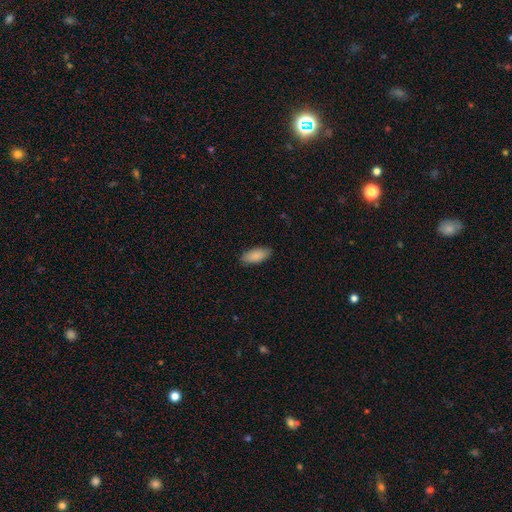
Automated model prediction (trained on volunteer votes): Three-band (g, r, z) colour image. It shows a smooth galaxy with no disk features (89%) that is in between round and cigar-shaped (84%). Merging: none (87%).